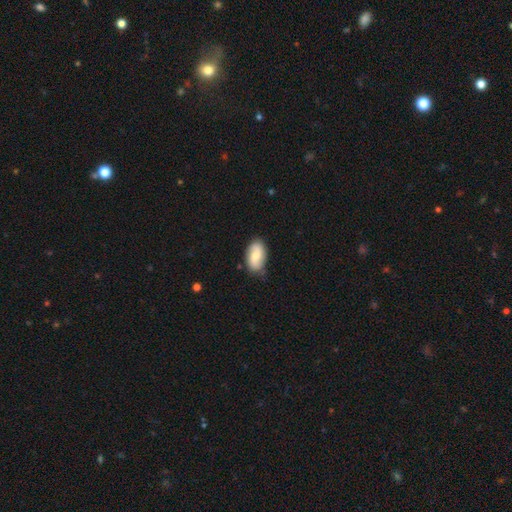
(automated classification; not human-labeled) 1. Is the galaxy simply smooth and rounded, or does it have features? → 59% smooth, 35% featured or disk, 6% star or artifact.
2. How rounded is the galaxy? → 93% in between, 5% round, 3% cigar-shaped.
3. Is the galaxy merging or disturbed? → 78% none, 17% minor disturbance, 3% major disturbance, 2% merger.